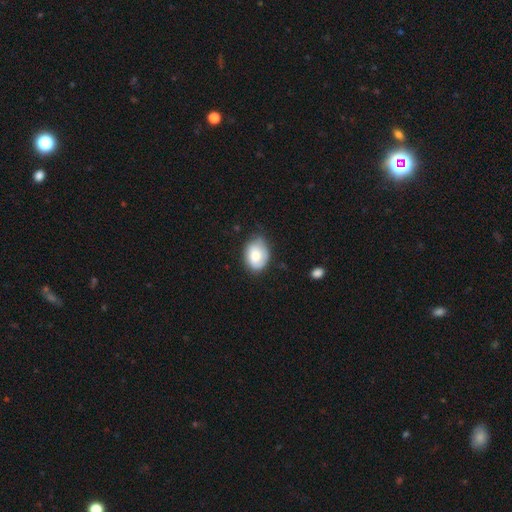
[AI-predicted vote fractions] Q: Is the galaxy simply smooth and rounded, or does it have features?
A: smooth — 72%.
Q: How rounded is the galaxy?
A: in between — 72%.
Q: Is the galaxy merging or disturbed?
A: none — 60%.